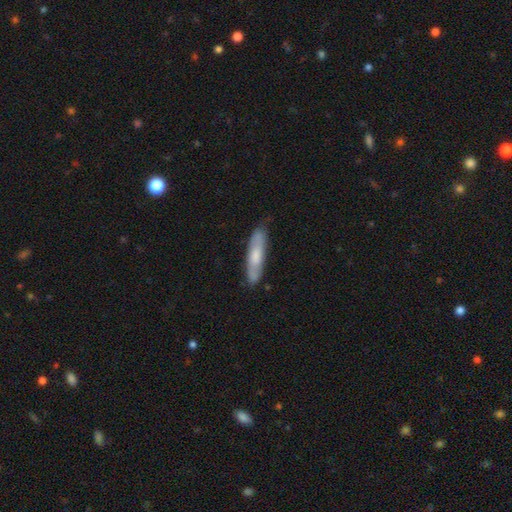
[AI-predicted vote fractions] Smooth or featured? Predicted: smooth (p=0.59). How rounded? Predicted: cigar-shaped (p=0.76). Merging? Predicted: none (p=0.79).